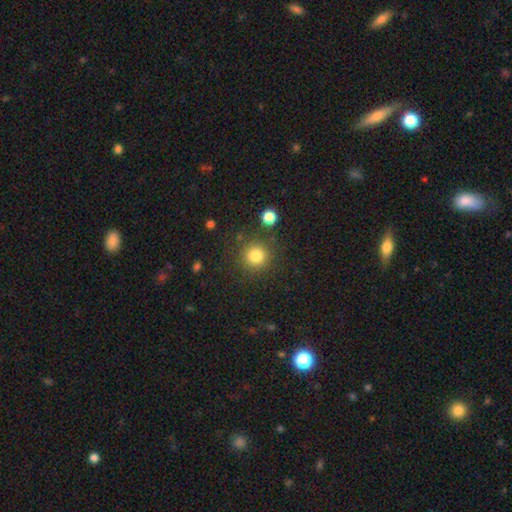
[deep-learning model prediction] This appears to be a smooth galaxy with no disk features (81%) that is round (94%). Merging: none (85%).